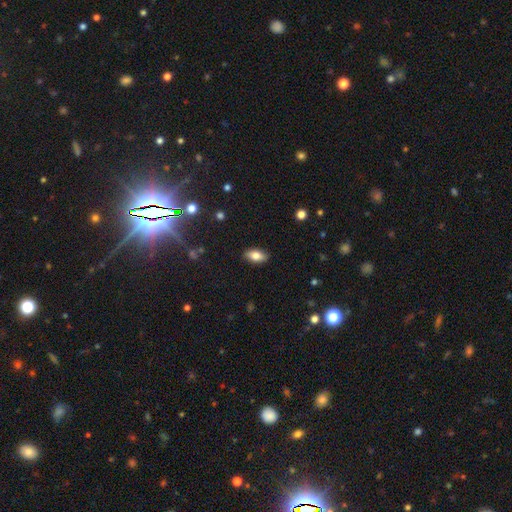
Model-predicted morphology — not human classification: Q: Smooth or featured?
A: smooth (79%); runner-up: featured or disk (13%)
Q: How rounded?
A: in between (90%); runner-up: cigar-shaped (6%)
Q: Merging?
A: none (89%); runner-up: minor disturbance (8%)